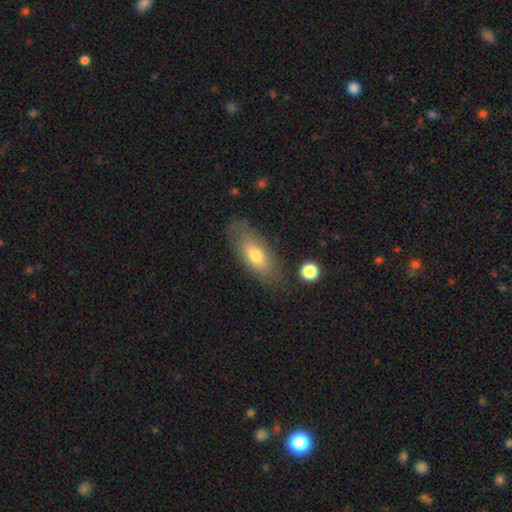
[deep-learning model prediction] smooth-or-featured: smooth: 68% | featured or disk: 25% | star or artifact: 7%
  how-rounded: in between: 80% | cigar-shaped: 16% | round: 4%
  merging: none: 74% | minor disturbance: 17% | major disturbance: 6% | merger: 3%